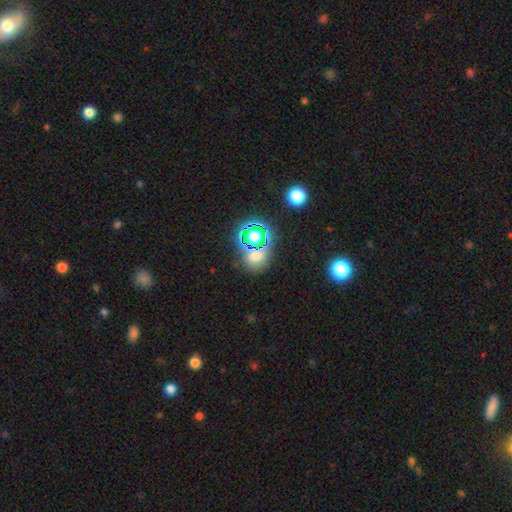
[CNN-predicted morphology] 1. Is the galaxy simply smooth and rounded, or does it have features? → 47% smooth, 43% star or artifact, 10% featured or disk.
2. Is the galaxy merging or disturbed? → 66% none, 18% merger, 11% minor disturbance, 5% major disturbance.